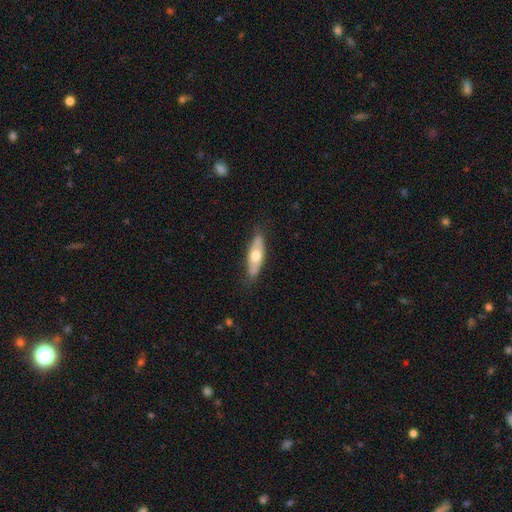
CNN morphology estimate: Smooth or featured?
  - smooth: 56% *
  - featured or disk: 38%
  - star or artifact: 5%
How rounded?
  - in between: 51% *
  - cigar-shaped: 47%
  - round: 2%
Merging?
  - none: 81% *
  - minor disturbance: 15%
  - major disturbance: 3%
  - merger: 1%